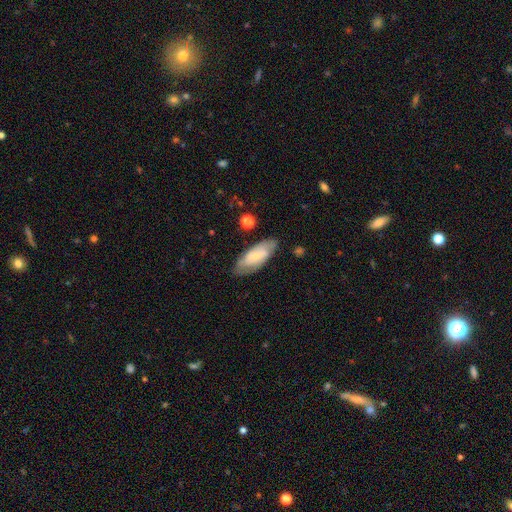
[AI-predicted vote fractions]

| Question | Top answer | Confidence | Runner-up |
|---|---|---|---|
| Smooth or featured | featured or disk | 50% | smooth (43%) |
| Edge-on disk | no | 87% | yes (13%) |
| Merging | none | 77% | minor disturbance (17%) |